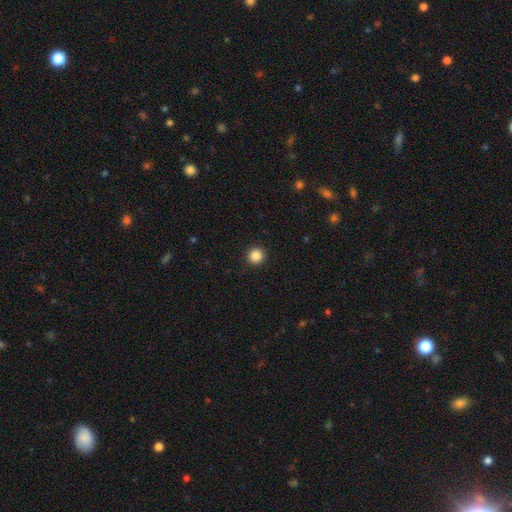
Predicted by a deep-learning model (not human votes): A smooth galaxy with no disk features (86%) that is round (95%).

Vote fractions:
- Smooth or featured? smooth: 86% / star or artifact: 10% / featured or disk: 3%
- How rounded? round: 95% / in between: 4% / cigar-shaped: 1%
- Merging? none: 93% / minor disturbance: 5% / major disturbance: 2% / merger: 1%